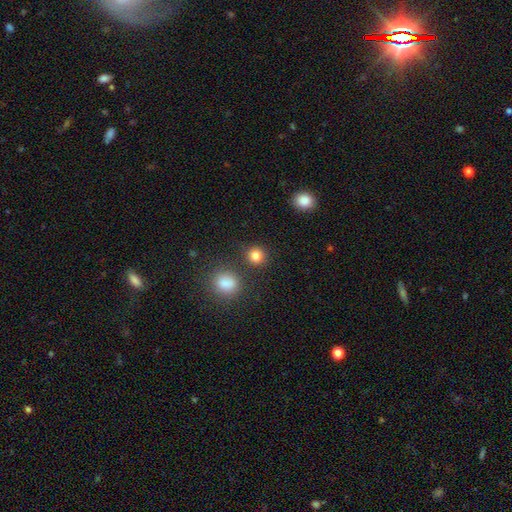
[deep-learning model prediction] smooth 83%, star or artifact 13%, featured or disk 5%. Down the decision tree: how rounded — round (88%); merging — none (81%).